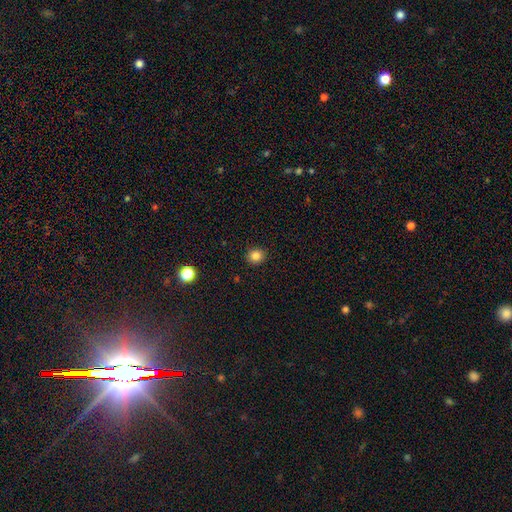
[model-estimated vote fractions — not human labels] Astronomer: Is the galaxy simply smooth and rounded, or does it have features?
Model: smooth — 84%.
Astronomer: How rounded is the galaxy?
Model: round — 84%.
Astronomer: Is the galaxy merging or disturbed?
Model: none — 91%.